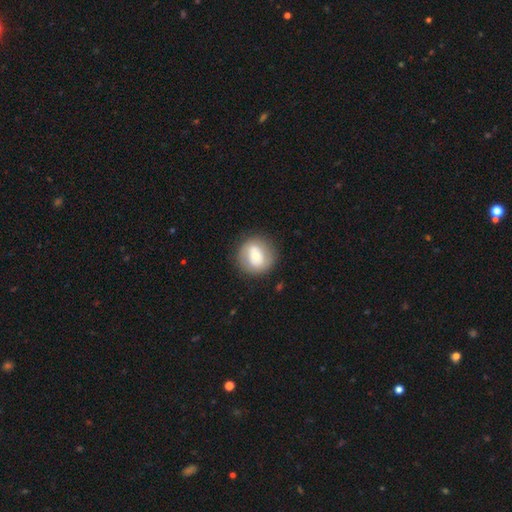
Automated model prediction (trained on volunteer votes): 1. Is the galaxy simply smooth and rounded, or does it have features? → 58% smooth, 35% featured or disk, 7% star or artifact.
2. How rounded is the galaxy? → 86% round, 13% in between, 1% cigar-shaped.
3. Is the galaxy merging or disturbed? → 82% none, 11% minor disturbance, 5% major disturbance, 2% merger.